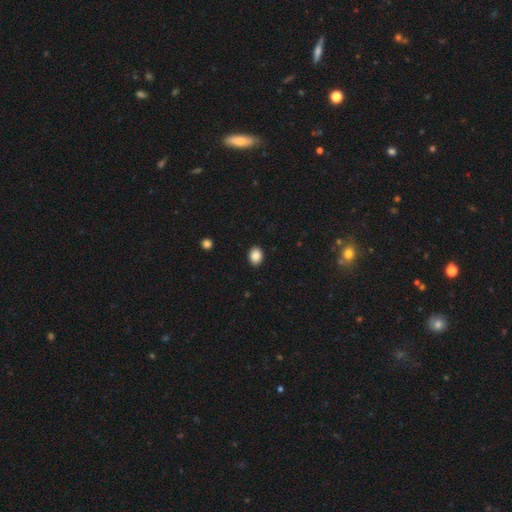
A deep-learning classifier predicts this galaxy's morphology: Smooth or featured: smooth — 88% (star or artifact — 9%)
How rounded: in between — 62% (round — 37%)
Merging: none — 90% (minor disturbance — 7%)